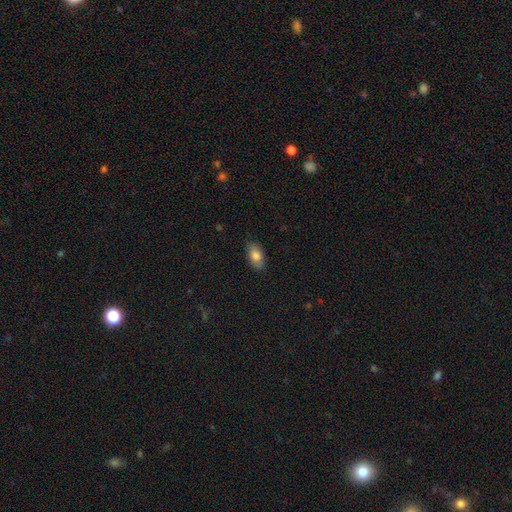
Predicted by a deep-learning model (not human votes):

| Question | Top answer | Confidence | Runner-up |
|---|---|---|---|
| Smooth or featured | smooth | 82% | featured or disk (11%) |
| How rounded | in between | 92% | round (5%) |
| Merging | none | 83% | minor disturbance (13%) |